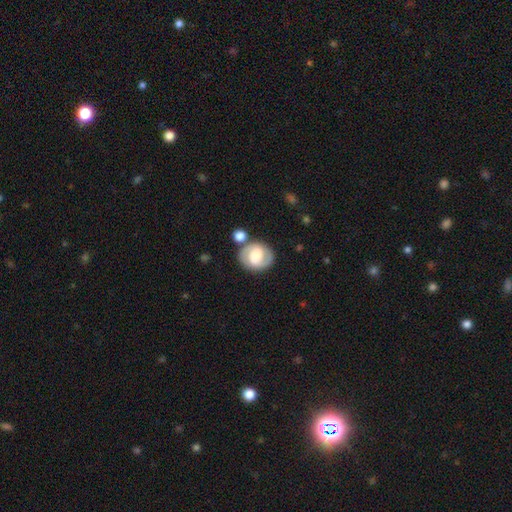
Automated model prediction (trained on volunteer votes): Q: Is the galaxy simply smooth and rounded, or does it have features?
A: featured or disk — 66%.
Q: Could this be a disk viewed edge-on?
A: no — 97%.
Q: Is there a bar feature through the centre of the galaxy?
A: weak — 46%.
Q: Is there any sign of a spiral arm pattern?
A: yes — 85%.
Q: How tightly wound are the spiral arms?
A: medium — 46%.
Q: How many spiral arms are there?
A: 2 — 87%.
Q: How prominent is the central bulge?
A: moderate — 45%.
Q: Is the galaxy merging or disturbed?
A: none — 75%.